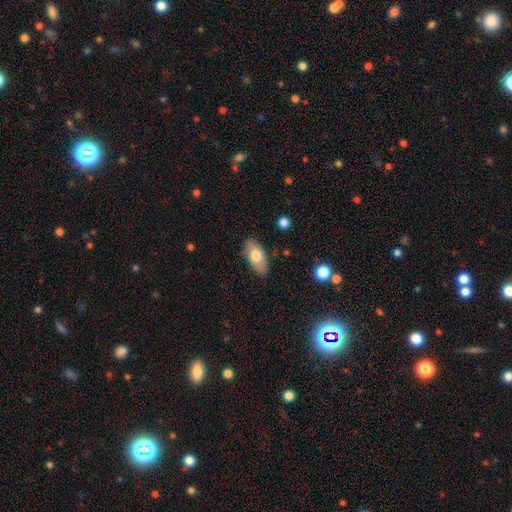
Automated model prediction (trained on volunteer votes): smooth-or-featured: smooth: 71% | featured or disk: 22% | star or artifact: 6%
  how-rounded: in between: 90% | cigar-shaped: 6% | round: 3%
  merging: none: 82% | minor disturbance: 14% | major disturbance: 3% | merger: 1%